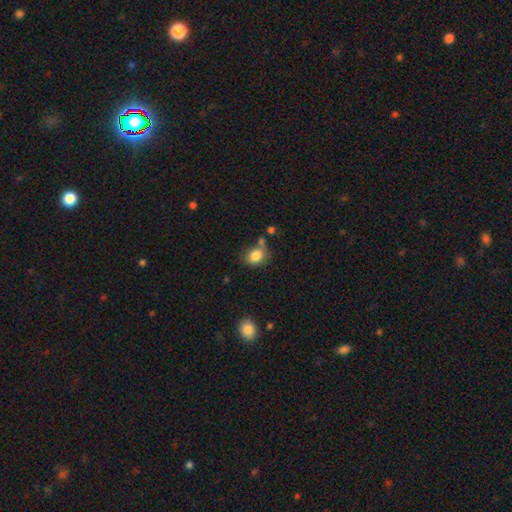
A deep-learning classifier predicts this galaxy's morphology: This appears to be a smooth galaxy with no disk features (83%) that is in between round and cigar-shaped (62%). Merging: none (57%).